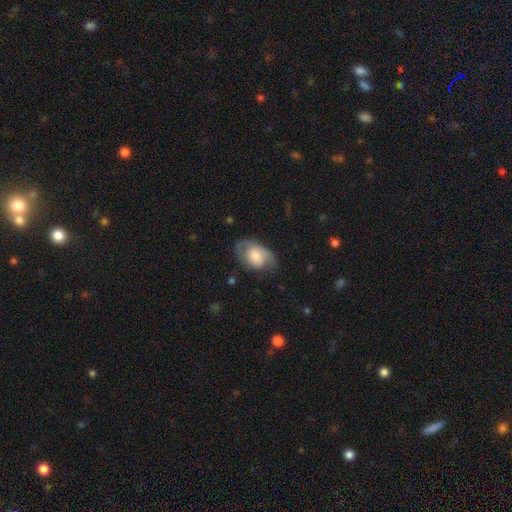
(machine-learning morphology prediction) type=smooth (54%); roundness=in between (86%); merging=none (55%).